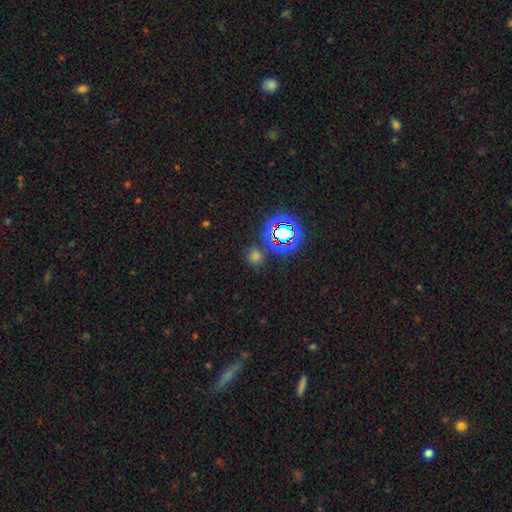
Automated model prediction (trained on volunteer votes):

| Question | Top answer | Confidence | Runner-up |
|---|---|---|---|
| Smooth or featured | smooth | 51% | star or artifact (42%) |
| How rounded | round | 86% | in between (13%) |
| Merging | none | 80% | minor disturbance (9%) |